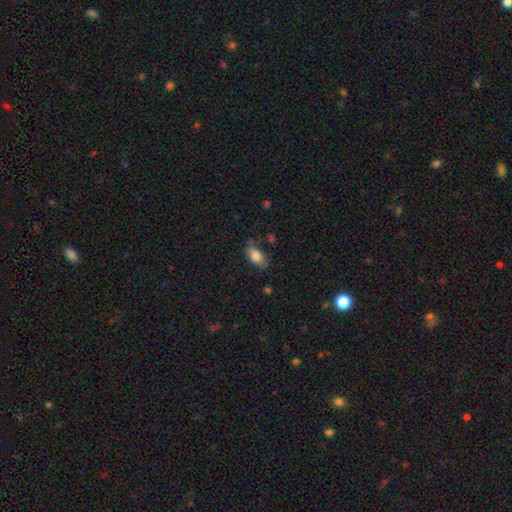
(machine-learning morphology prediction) This is clearly a smooth galaxy (81%). How rounded: clearly in between (91%). Merging: likely none (70%).